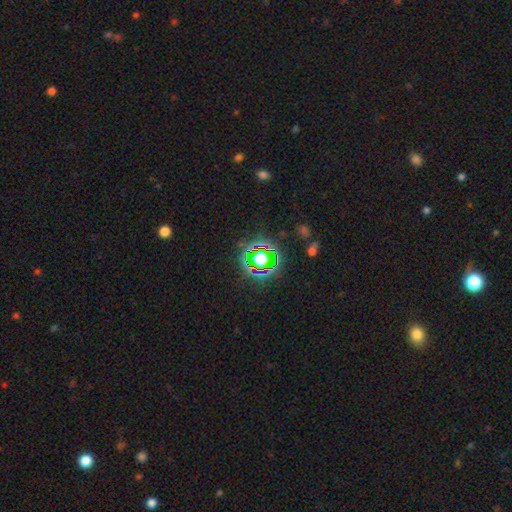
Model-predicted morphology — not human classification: Q: Smooth or featured?
A: star or artifact (75%); runner-up: smooth (16%)